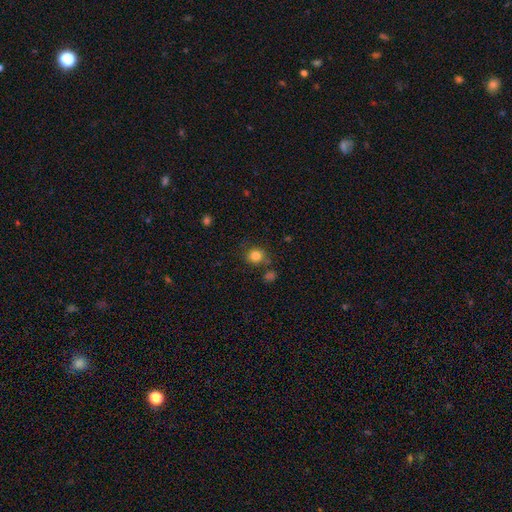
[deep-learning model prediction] This is clearly a smooth galaxy (83%). How rounded: clearly round (82%). Merging: likely none (76%).